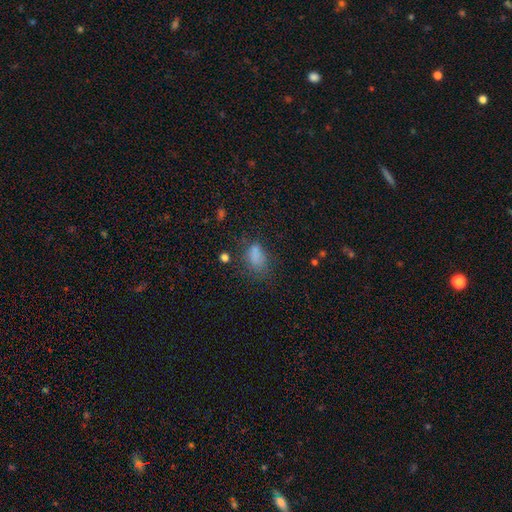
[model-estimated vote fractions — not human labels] Smooth or featured: smooth — 70% (star or artifact — 17%)
How rounded: in between — 82% (round — 16%)
Merging: none — 43% (minor disturbance — 26%)